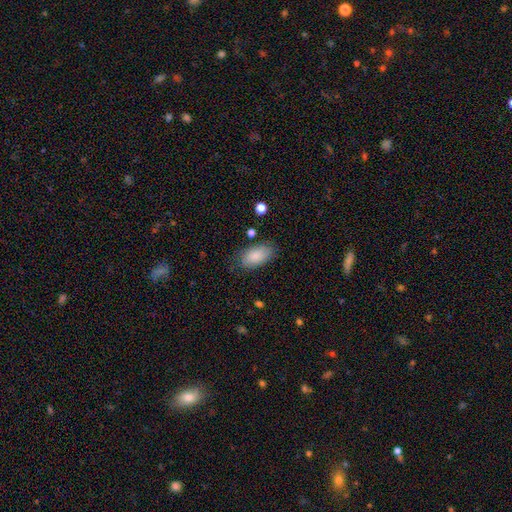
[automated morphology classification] Smooth or featured: smooth — 86% (featured or disk — 8%)
How rounded: in between — 94% (round — 3%)
Merging: none — 79% (minor disturbance — 15%)